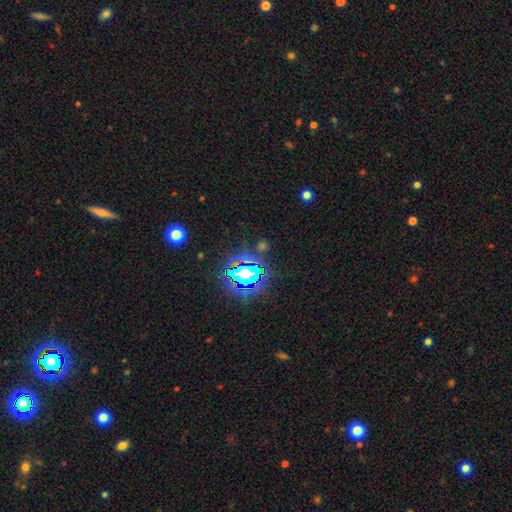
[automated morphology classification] A star or artifact, not a galaxy (81%).

Vote fractions:
- Smooth or featured? star or artifact: 81% / smooth: 12% / featured or disk: 7%